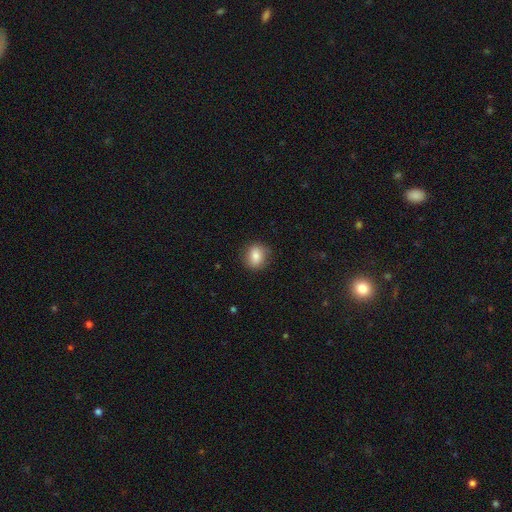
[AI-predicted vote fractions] Smooth or featured: smooth — 81% (featured or disk — 10%)
How rounded: round — 64% (in between — 35%)
Merging: none — 84% (minor disturbance — 12%)